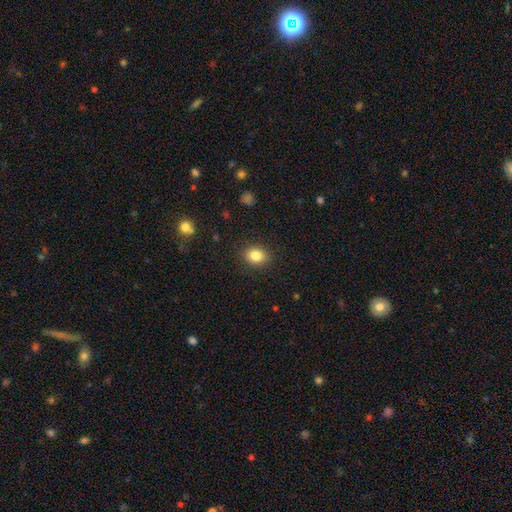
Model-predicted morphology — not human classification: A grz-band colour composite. It shows a smooth galaxy with no disk features (84%) that is in between round and cigar-shaped (55%). Merging: none (88%).